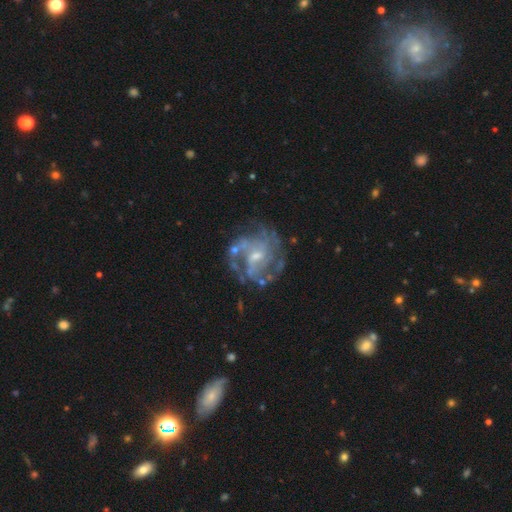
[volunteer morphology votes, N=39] Smooth or featured? featured or disk (77%)
Edge-on disk? no (100%)
Bar? weak (60%)
Spiral arms? yes (90%)
Spiral winding? tight (59%)
Spiral arm count? 3 (56%)
Bulge size? moderate (50%)
Merging? none (83%)